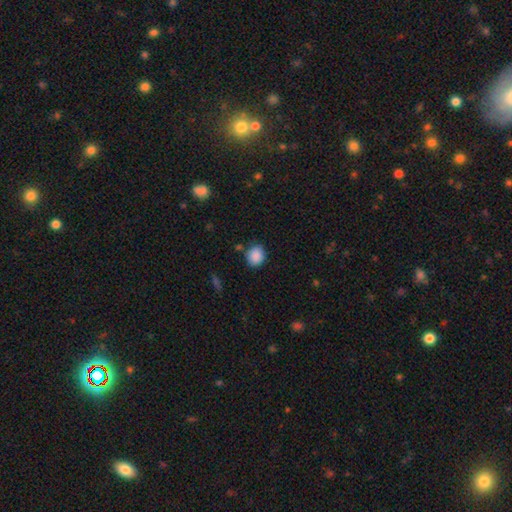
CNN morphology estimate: Smooth or featured?
  - smooth: 89% *
  - star or artifact: 8%
  - featured or disk: 3%
How rounded?
  - round: 69% *
  - in between: 30%
  - cigar-shaped: 1%
Merging?
  - none: 80% *
  - minor disturbance: 13%
  - merger: 4%
  - major disturbance: 3%